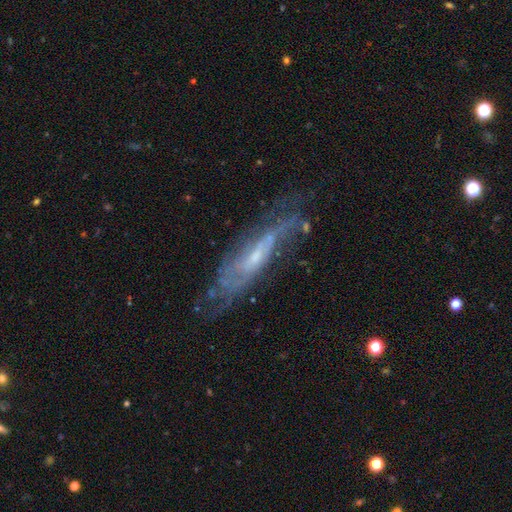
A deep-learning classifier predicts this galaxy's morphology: smooth_or_featured: featured or disk (p=0.75) [alt: smooth p=0.17]
disk_edge_on: no (p=0.61) [alt: yes p=0.39]
merging: none (p=0.62) [alt: minor disturbance p=0.22]